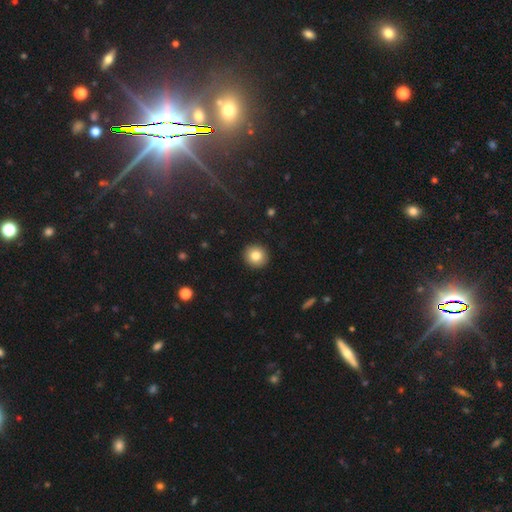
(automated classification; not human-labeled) smooth-or-featured: smooth: 81% | star or artifact: 10% | featured or disk: 10%
  how-rounded: round: 93% | in between: 6% | cigar-shaped: 1%
  merging: none: 93% | minor disturbance: 4% | major disturbance: 2% | merger: 1%